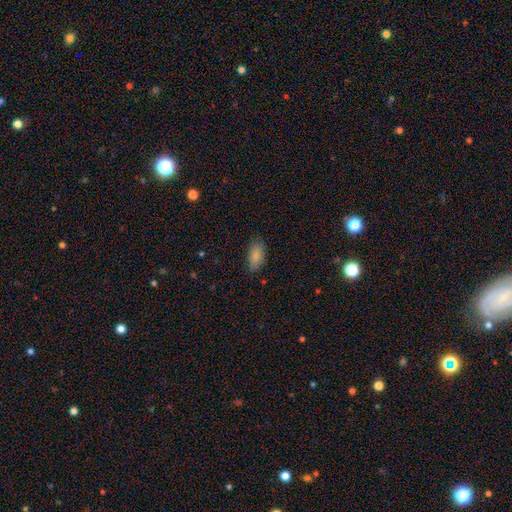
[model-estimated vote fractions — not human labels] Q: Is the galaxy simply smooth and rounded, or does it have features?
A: smooth — 86%.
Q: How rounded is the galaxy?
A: in between — 90%.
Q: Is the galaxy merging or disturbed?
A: none — 81%.